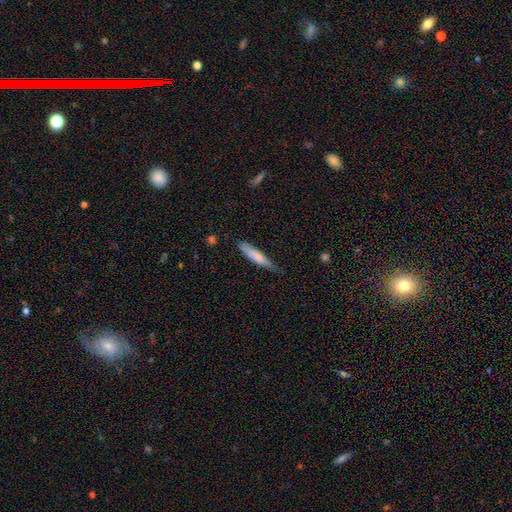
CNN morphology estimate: type=smooth (76%); roundness=cigar-shaped (83%); merging=none (64%).